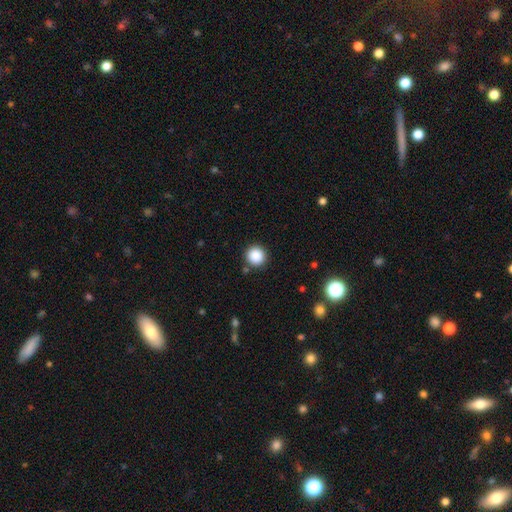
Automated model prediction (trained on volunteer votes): A smooth galaxy with no disk features (88%) that is round (95%). Merging: none (89%).